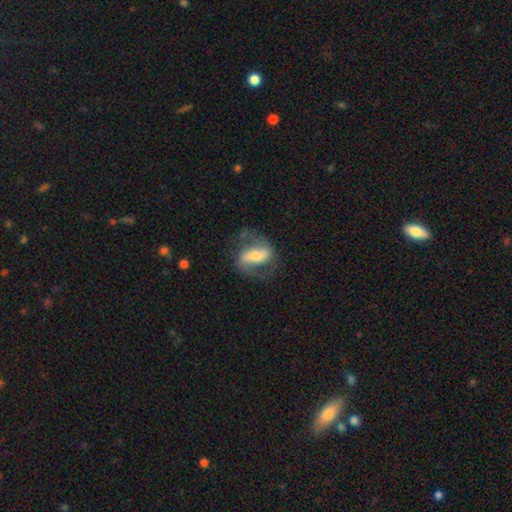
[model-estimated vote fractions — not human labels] Smooth or featured? featured or disk (72%)
Edge-on disk? no (94%)
Bar? strong (53%)
Spiral arms? yes (87%)
Spiral winding? medium (47%)
Spiral arm count? 2 (89%)
Bulge size? moderate (49%)
Merging? none (70%)